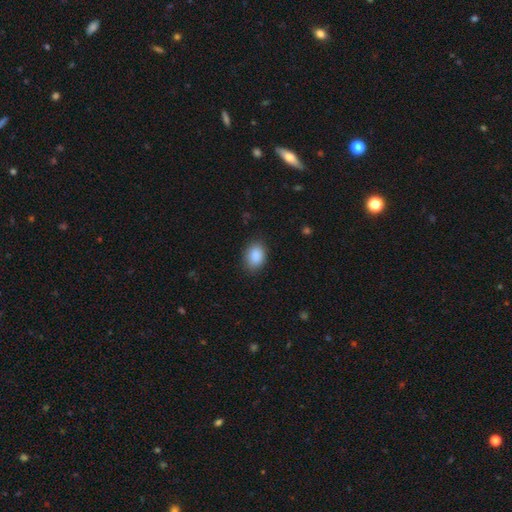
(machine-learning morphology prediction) Smooth or featured? smooth (89%)
How rounded? in between (80%)
Merging? none (85%)